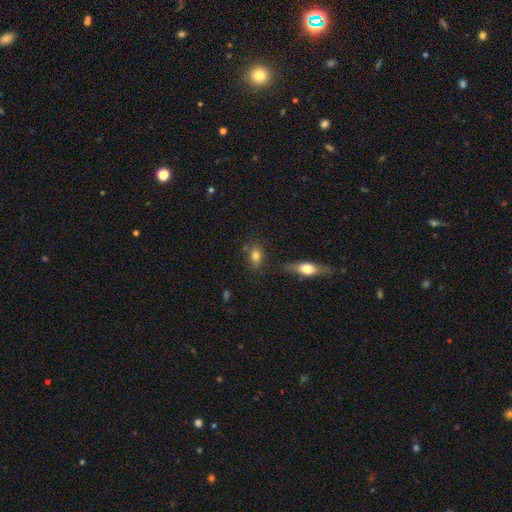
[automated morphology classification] Q: Smooth or featured?
A: smooth (78%); runner-up: featured or disk (13%)
Q: How rounded?
A: in between (72%); runner-up: round (23%)
Q: Merging?
A: none (69%); runner-up: minor disturbance (17%)